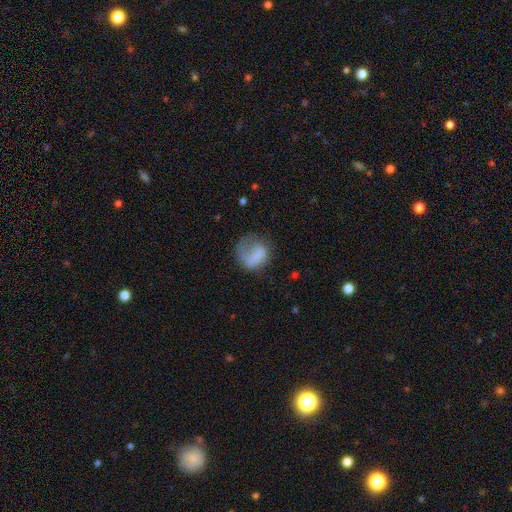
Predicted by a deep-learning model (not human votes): Smooth or featured: smooth — 68% (featured or disk — 23%)
How rounded: round — 68% (in between — 30%)
Merging: major disturbance — 38% (none — 36%)